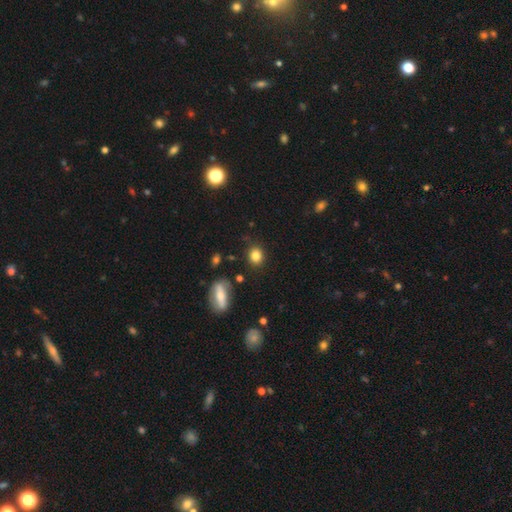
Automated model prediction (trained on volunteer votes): Smooth or featured? smooth (83%)
How rounded? round (69%)
Merging? none (84%)